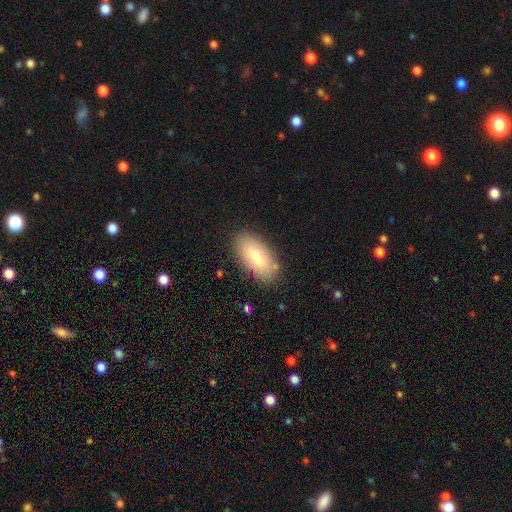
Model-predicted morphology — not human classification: smooth 74%, featured or disk 19%, star or artifact 7%. Down the decision tree: how rounded — in between (90%); merging — none (83%).